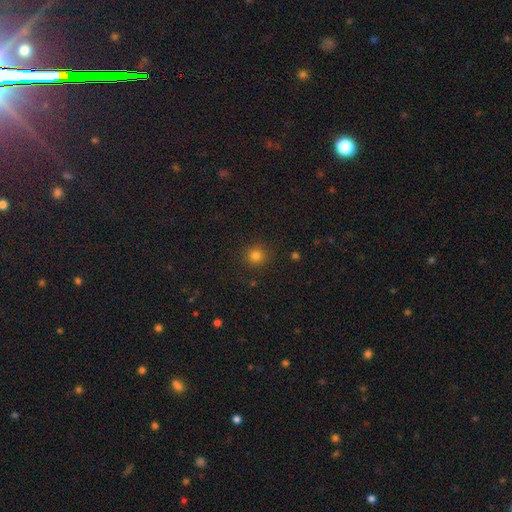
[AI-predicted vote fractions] Smooth or featured? smooth (81%)
How rounded? round (92%)
Merging? none (89%)